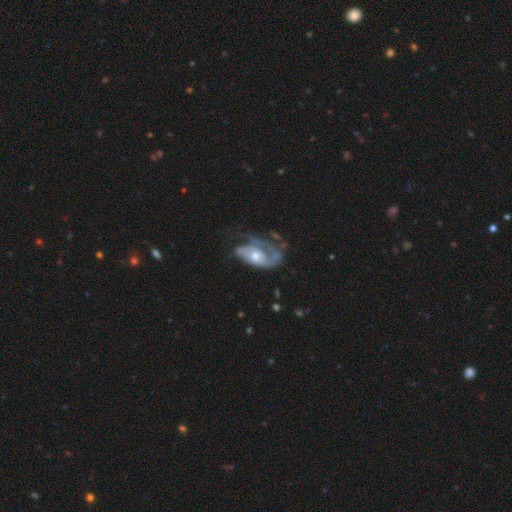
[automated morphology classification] This appears to be a featured or disk galaxy (77%) with no bar (72%), 1 (44%) tight (37%, tied with medium) spiral arms (83%) and a moderate central bulge (57%). Merging: major disturbance (42%).